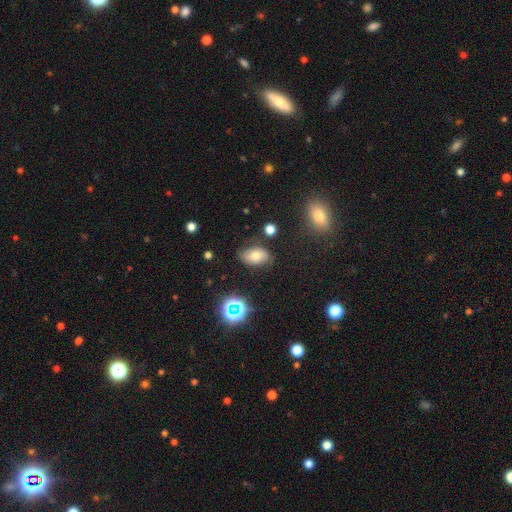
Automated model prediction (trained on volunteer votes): A smooth galaxy with no disk features (60%) that is in between round and cigar-shaped (87%).

Vote fractions:
- Smooth or featured? smooth: 60% / featured or disk: 24% / star or artifact: 16%
- How rounded? in between: 87% / round: 11% / cigar-shaped: 2%
- Merging? none: 74% / minor disturbance: 18% / major disturbance: 5% / merger: 3%